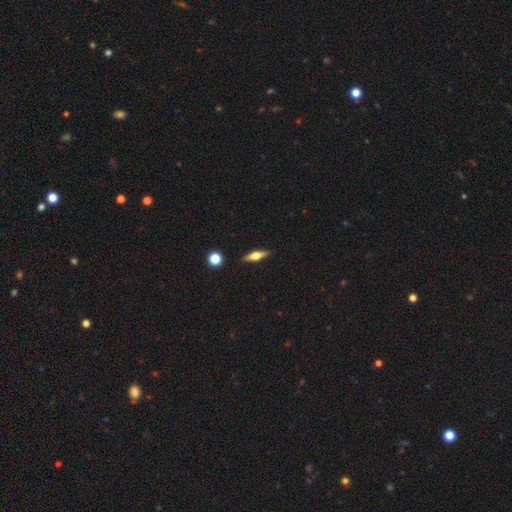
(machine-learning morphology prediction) smooth-or-featured: featured or disk: 56% | smooth: 37% | star or artifact: 7%
  disk-edge-on: yes: 94% | no: 6%
    edge-on-bulge: rounded: 93% | boxy: 5% | none: 2%
  merging: none: 89% | minor disturbance: 7% | merger: 2% | major disturbance: 2%